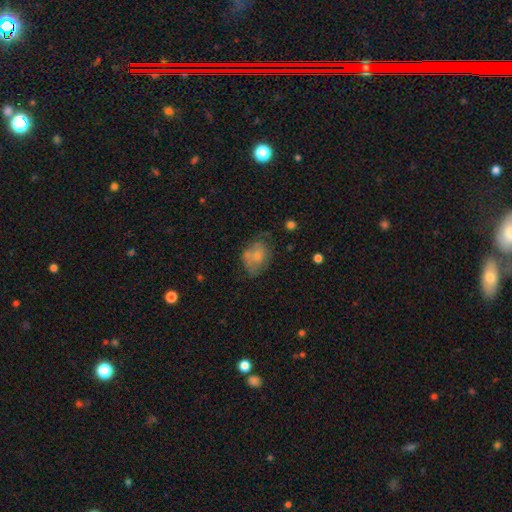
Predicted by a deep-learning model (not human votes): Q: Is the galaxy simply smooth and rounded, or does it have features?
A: smooth — 65%.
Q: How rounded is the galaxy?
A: in between — 68%.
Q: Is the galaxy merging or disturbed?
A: none — 40%.